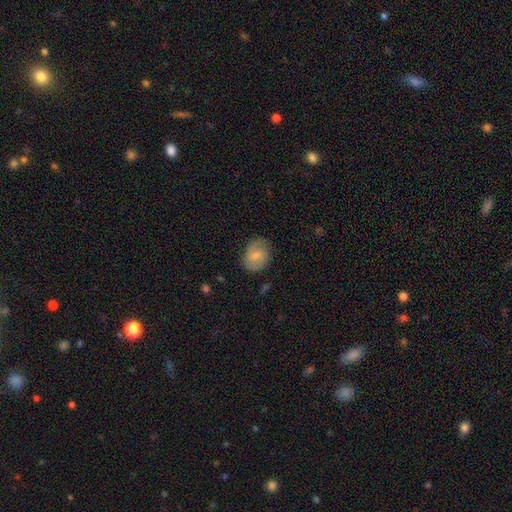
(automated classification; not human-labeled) Overall: smooth (57%; featured or disk 35%). How rounded: in between (56%; round 43%). Merging: none (73%).